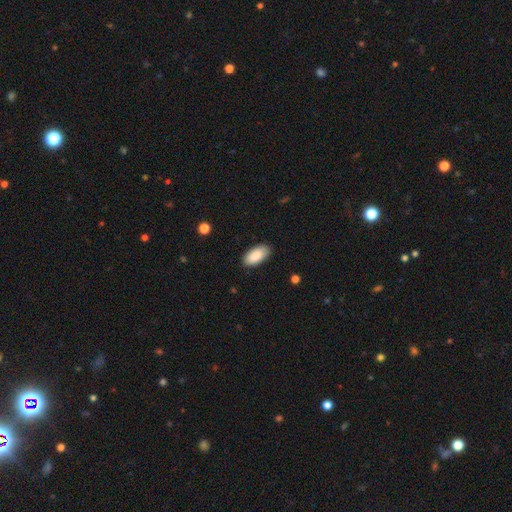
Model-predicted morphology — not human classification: Smooth or featured? smooth (88%)
How rounded? in between (95%)
Merging? none (88%)